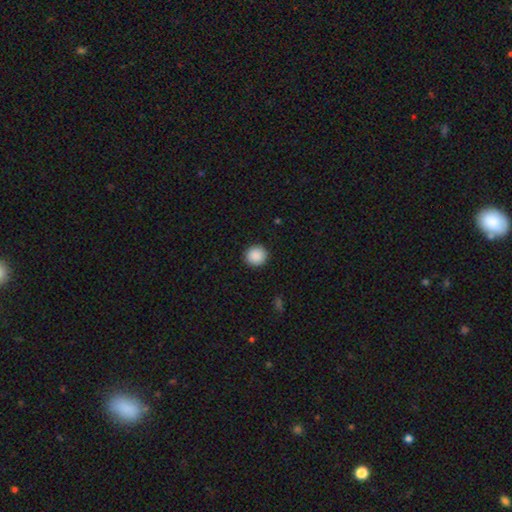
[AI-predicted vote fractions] A smooth galaxy with no disk features (90%) that is round (93%). Merging: none (92%).